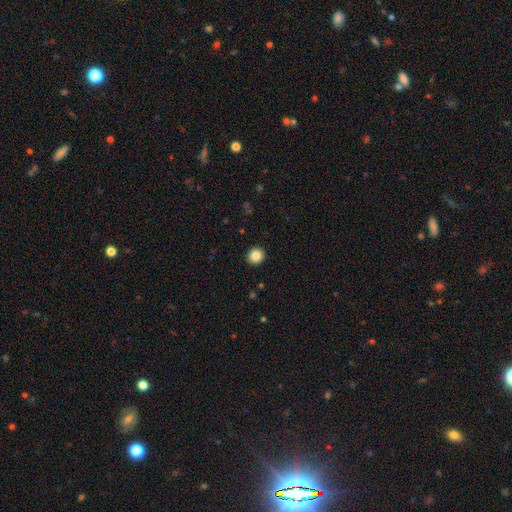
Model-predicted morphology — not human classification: Smooth or featured? smooth (86%)
How rounded? round (90%)
Merging? none (93%)